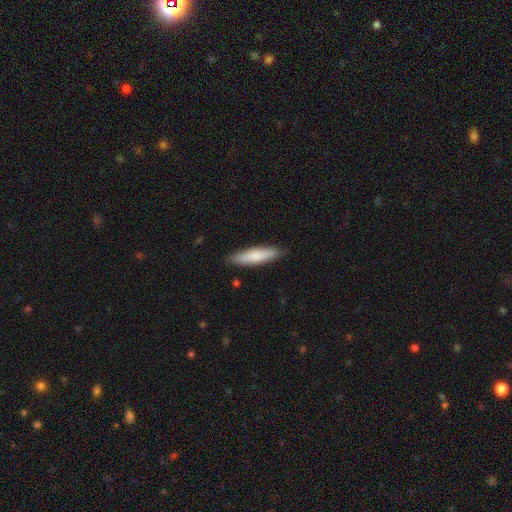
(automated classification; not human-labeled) Smooth or featured?
  - smooth: 77% *
  - featured or disk: 18%
  - star or artifact: 5%
How rounded?
  - cigar-shaped: 76% *
  - in between: 23%
  - round: 1%
Merging?
  - none: 88% *
  - minor disturbance: 9%
  - major disturbance: 2%
  - merger: 1%